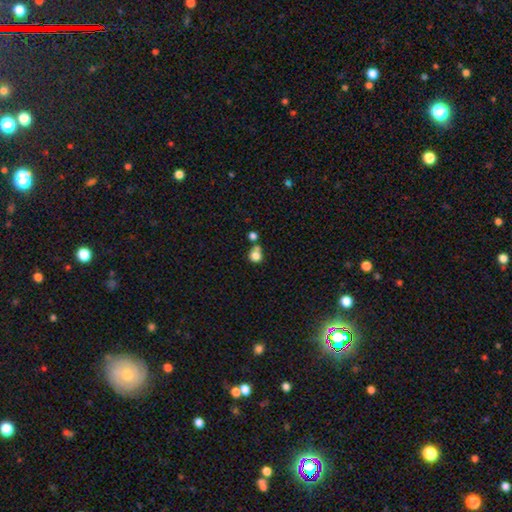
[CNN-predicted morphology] Smooth or featured: smooth — 80% (star or artifact — 11%)
How rounded: round — 87% (in between — 12%)
Merging: none — 49% (merger — 37%)